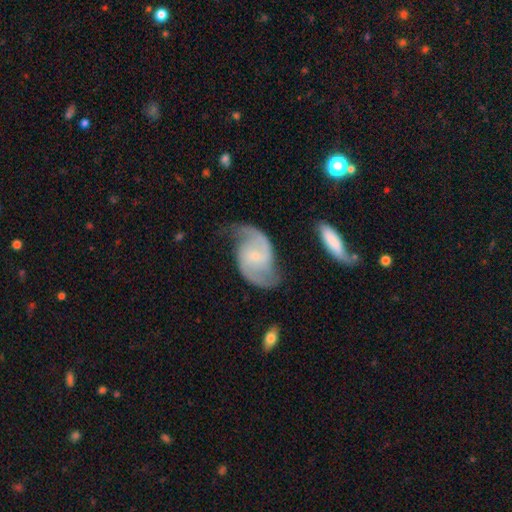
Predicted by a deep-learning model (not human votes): Smooth or featured? featured or disk (87%)
Edge-on disk? no (97%)
Bar? no (49%)
Spiral arms? yes (97%)
Spiral winding? medium (48%)
Spiral arm count? 2 (92%)
Bulge size? small (71%)
Merging? none (66%)